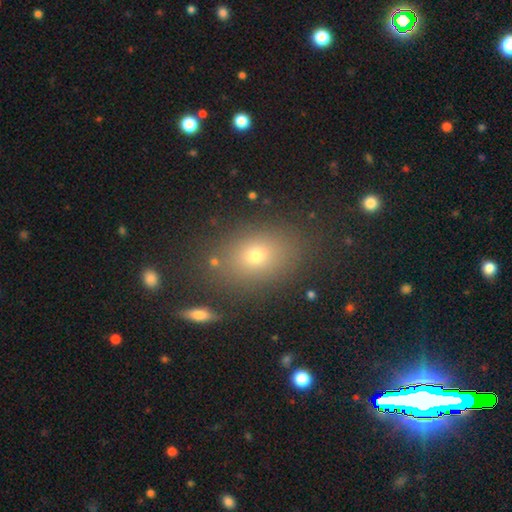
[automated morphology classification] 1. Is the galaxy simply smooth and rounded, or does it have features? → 65% smooth, 22% star or artifact, 13% featured or disk.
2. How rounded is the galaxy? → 64% in between, 34% round, 2% cigar-shaped.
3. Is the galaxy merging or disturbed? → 84% none, 9% minor disturbance, 4% major disturbance, 3% merger.